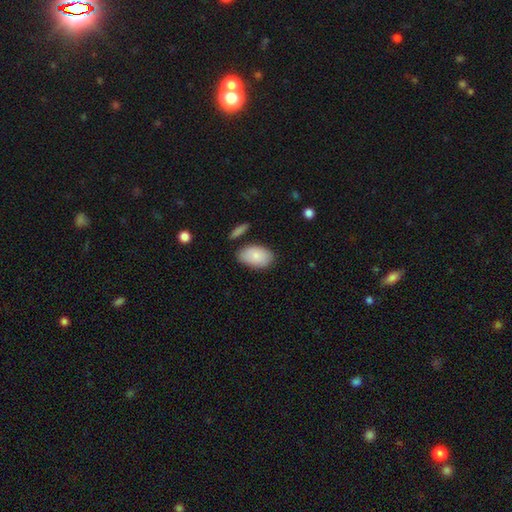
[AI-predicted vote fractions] A smooth galaxy with no disk features (86%) that is in between round and cigar-shaped (94%).

Vote fractions:
- Smooth or featured? smooth: 86% / featured or disk: 8% / star or artifact: 6%
- How rounded? in between: 94% / round: 5% / cigar-shaped: 1%
- Merging? none: 78% / minor disturbance: 15% / merger: 4% / major disturbance: 3%